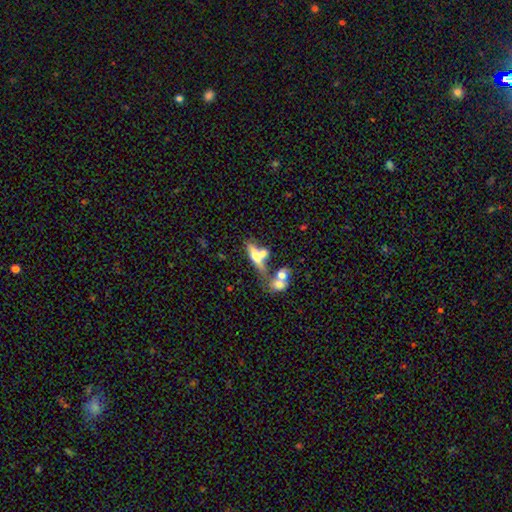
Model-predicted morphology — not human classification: Overall: smooth (47%; featured or disk 44%). Merging: merger (49%; none 32%).